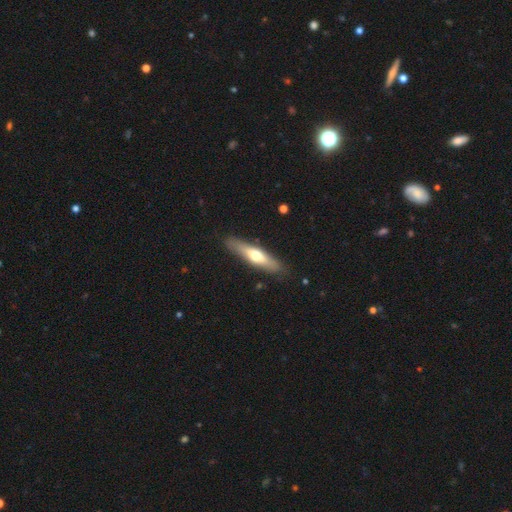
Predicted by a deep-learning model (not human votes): Smooth or featured? smooth (49%)
Merging? none (86%)